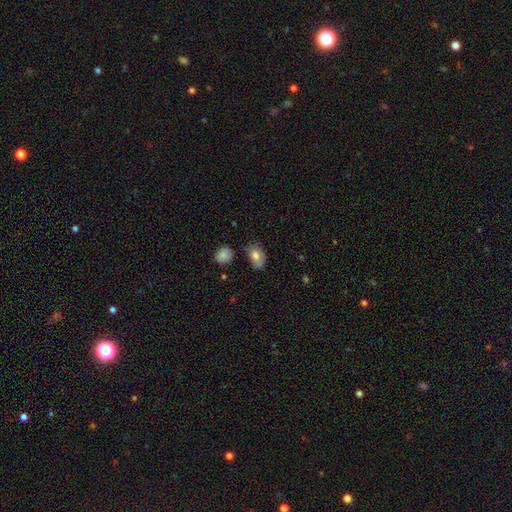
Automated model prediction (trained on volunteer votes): Q: Smooth or featured?
A: smooth (68%); runner-up: featured or disk (24%)
Q: How rounded?
A: in between (82%); runner-up: round (17%)
Q: Merging?
A: none (60%); runner-up: minor disturbance (29%)